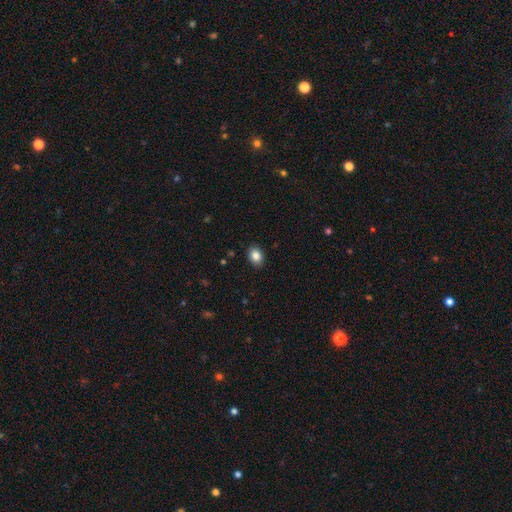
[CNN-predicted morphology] This is clearly a smooth galaxy (85%). How rounded: likely in between (67%). Merging: clearly none (88%).